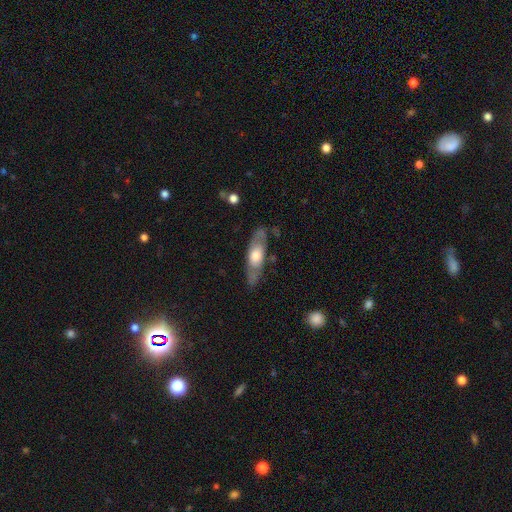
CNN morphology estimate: type=featured or disk (52%); edge-on=no (52%); merging=none (76%).